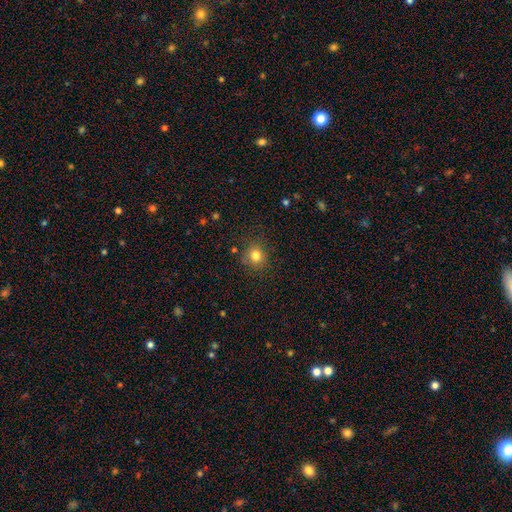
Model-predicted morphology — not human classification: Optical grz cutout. It shows a smooth galaxy with no disk features (80%) that is round (87%). Merging: none (83%).